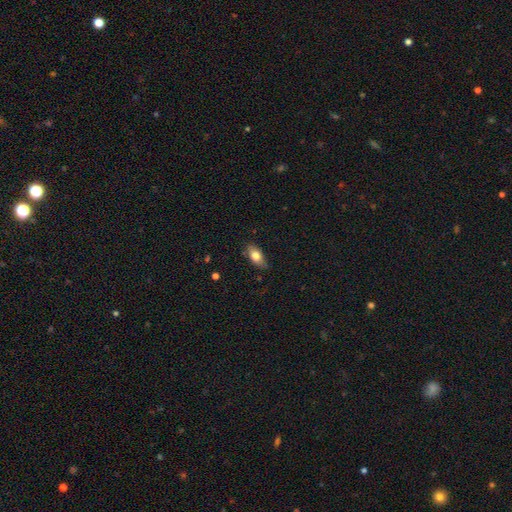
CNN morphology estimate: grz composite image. It shows a smooth galaxy with no disk features (75%) that is in between round and cigar-shaped (87%). Merging: none (76%).